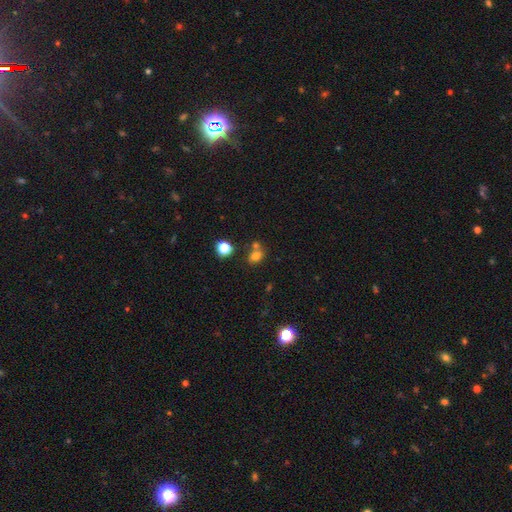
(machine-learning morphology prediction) type=smooth (75%); roundness=in between (55%); merging=none (56%).